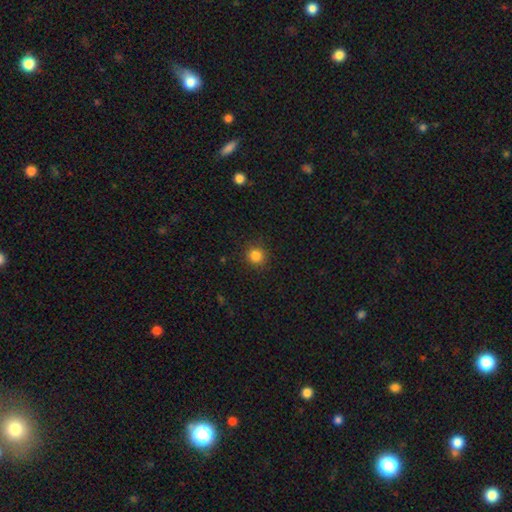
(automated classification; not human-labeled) This is clearly a smooth galaxy (84%). How rounded: clearly round (92%). Merging: clearly none (90%).